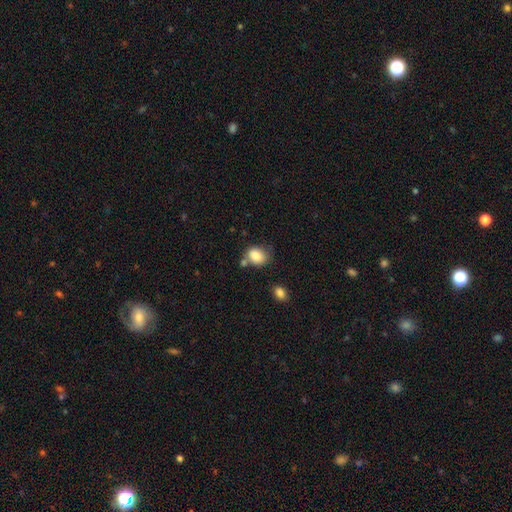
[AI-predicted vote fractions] A smooth galaxy with no disk features (84%) that is in between round and cigar-shaped (55%). Merging: none (53%).